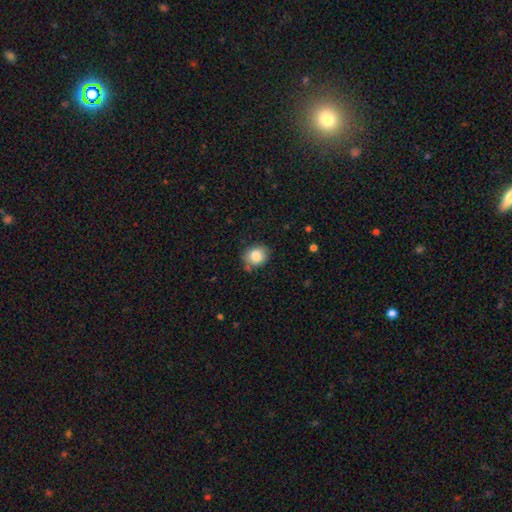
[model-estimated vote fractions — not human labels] Smooth or featured: smooth — 85% (star or artifact — 9%)
How rounded: round — 66% (in between — 33%)
Merging: none — 73% (minor disturbance — 20%)